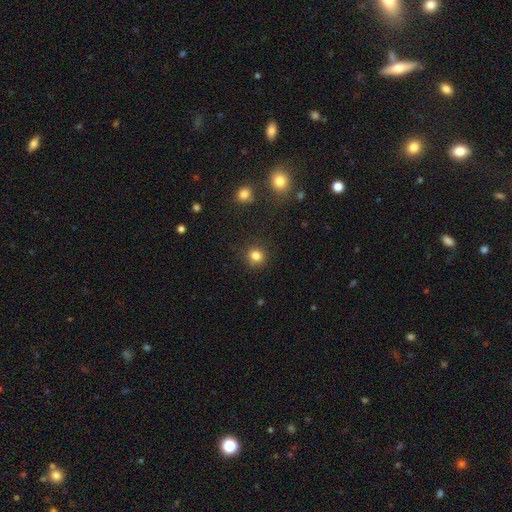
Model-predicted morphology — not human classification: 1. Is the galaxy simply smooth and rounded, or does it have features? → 82% smooth, 13% star or artifact, 5% featured or disk.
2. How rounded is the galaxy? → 88% round, 11% in between, 1% cigar-shaped.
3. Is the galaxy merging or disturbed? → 87% none, 8% minor disturbance, 3% major disturbance, 2% merger.